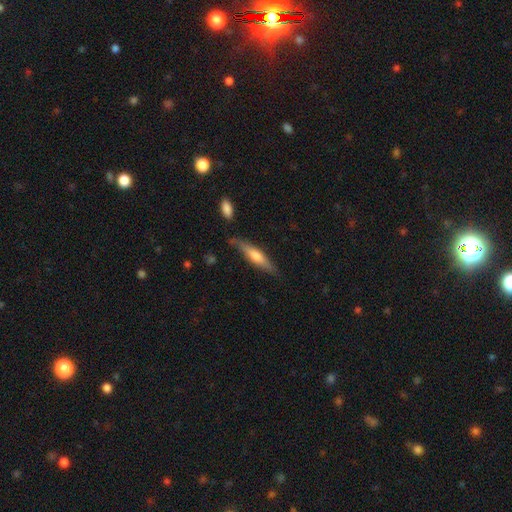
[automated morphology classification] Q: Smooth or featured?
A: smooth (48%); runner-up: featured or disk (46%)
Q: Merging?
A: none (76%); runner-up: minor disturbance (17%)